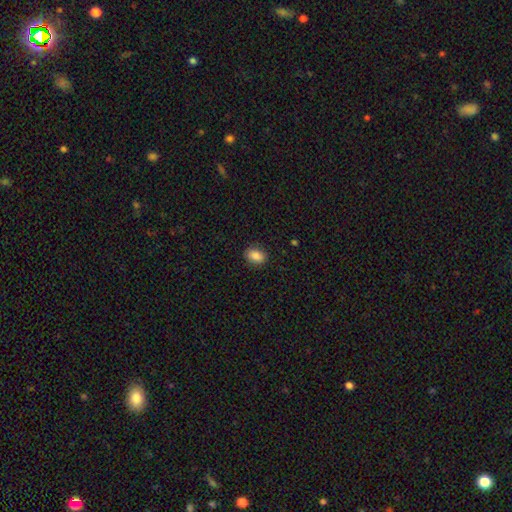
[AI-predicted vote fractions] Smooth or featured: smooth — 86% (star or artifact — 8%)
How rounded: in between — 80% (round — 18%)
Merging: none — 88% (minor disturbance — 9%)